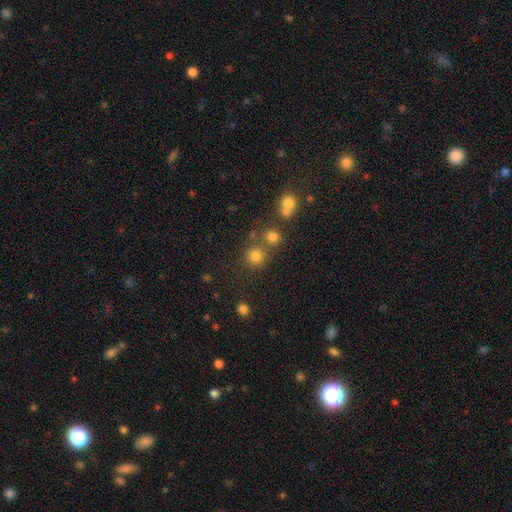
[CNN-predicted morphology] smooth 76%, star or artifact 17%, featured or disk 7%. Down the decision tree: how rounded — round (90%); merging — none (68%).